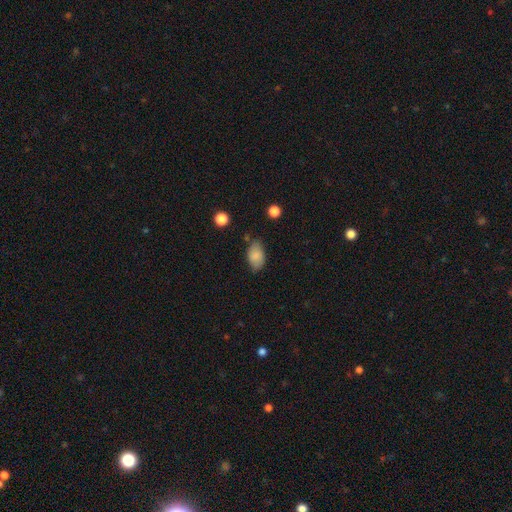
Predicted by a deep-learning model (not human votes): Q: Smooth or featured?
A: smooth (83%); runner-up: featured or disk (9%)
Q: How rounded?
A: in between (91%); runner-up: round (7%)
Q: Merging?
A: none (69%); runner-up: minor disturbance (23%)